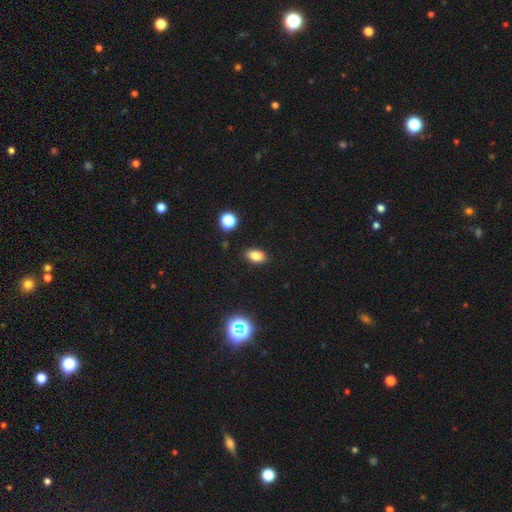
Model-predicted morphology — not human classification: smooth-or-featured: smooth: 81% | star or artifact: 12% | featured or disk: 6%
  how-rounded: in between: 87% | round: 11% | cigar-shaped: 2%
  merging: none: 87% | minor disturbance: 9% | major disturbance: 2% | merger: 2%